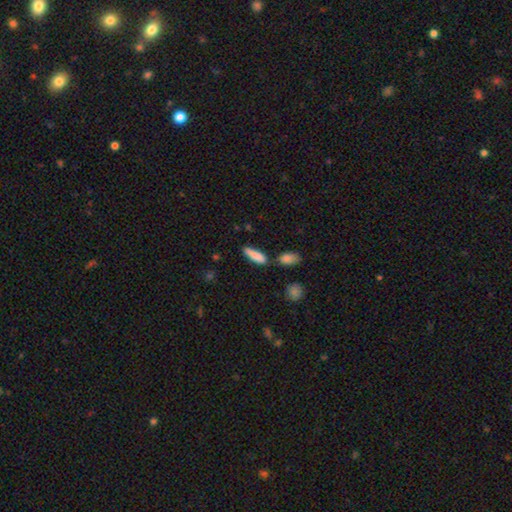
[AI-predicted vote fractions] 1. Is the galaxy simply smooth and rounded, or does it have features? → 83% smooth, 9% featured or disk, 7% star or artifact.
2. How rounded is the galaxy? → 59% cigar-shaped, 39% in between, 2% round.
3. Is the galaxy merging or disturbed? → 65% none, 17% minor disturbance, 14% merger, 4% major disturbance.